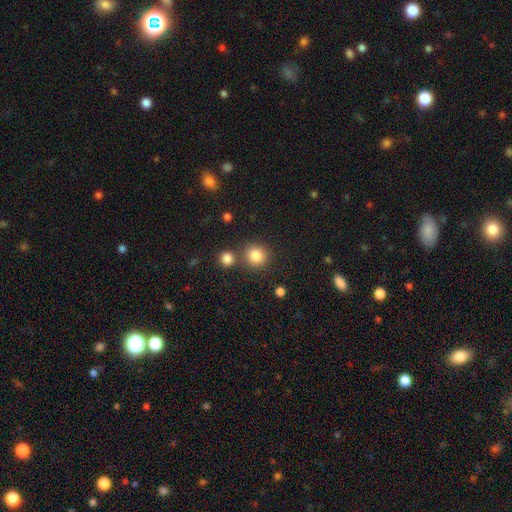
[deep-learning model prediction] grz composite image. It shows a smooth galaxy with no disk features (84%) that is round (90%). Merging: none (76%).